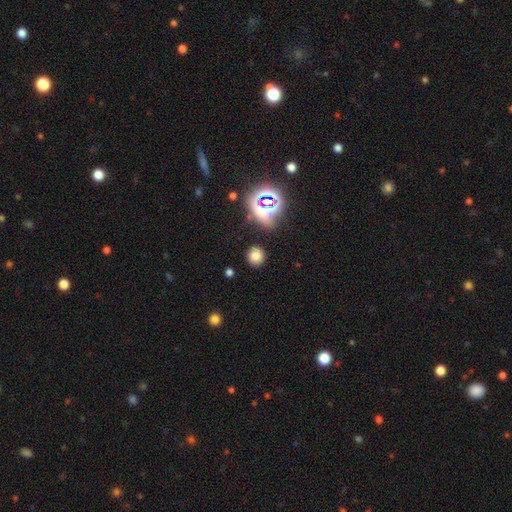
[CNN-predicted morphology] The model was most divided on "smooth or featured": smooth: 72%, star or artifact: 21%, featured or disk: 8%. More confident: how rounded — round (88%); merging — none (87%).